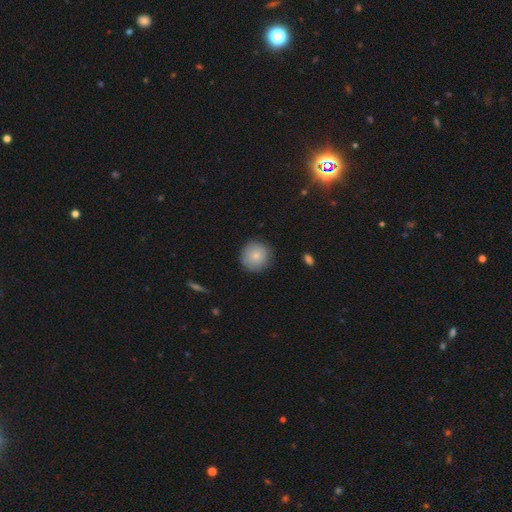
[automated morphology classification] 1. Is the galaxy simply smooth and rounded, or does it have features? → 79% smooth, 13% featured or disk, 7% star or artifact.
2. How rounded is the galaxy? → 94% round, 5% in between, 1% cigar-shaped.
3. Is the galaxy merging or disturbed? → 84% none, 12% minor disturbance, 3% major disturbance, 1% merger.